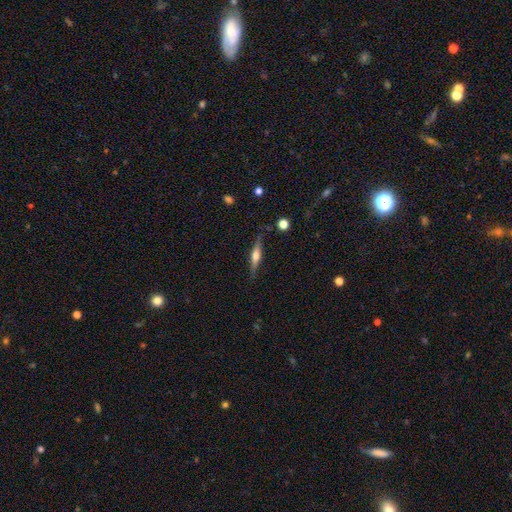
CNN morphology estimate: A featured or disk galaxy (65%) viewed edge-on (96%) with a rounded central bulge (87%). Merging: none (84%).